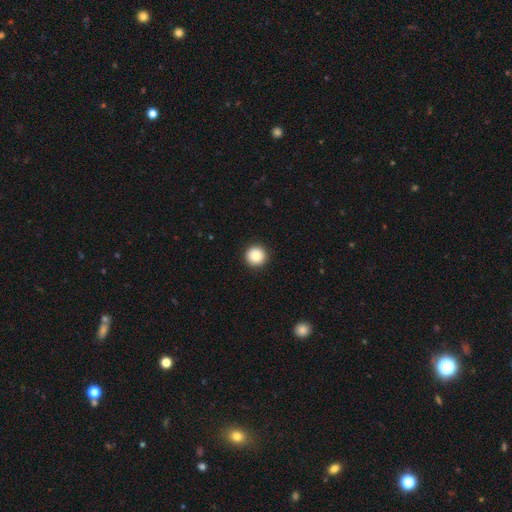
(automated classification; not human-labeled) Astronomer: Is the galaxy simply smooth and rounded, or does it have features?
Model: smooth — 85%.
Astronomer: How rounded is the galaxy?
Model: round — 96%.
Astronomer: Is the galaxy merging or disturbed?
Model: none — 93%.